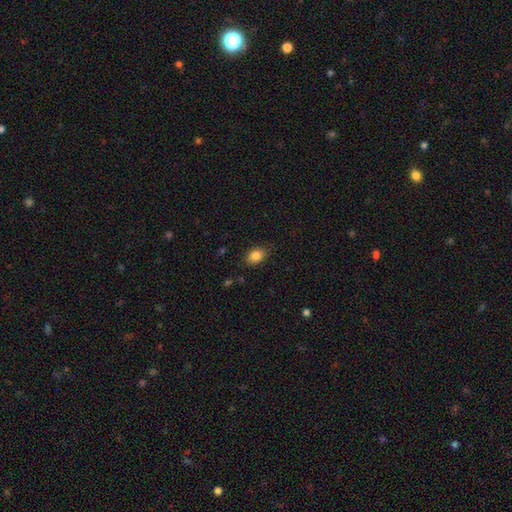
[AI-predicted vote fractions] Smooth or featured?
  - smooth: 85% *
  - star or artifact: 9%
  - featured or disk: 6%
How rounded?
  - in between: 81% *
  - round: 18%
  - cigar-shaped: 1%
Merging?
  - none: 83% *
  - minor disturbance: 13%
  - major disturbance: 3%
  - merger: 1%